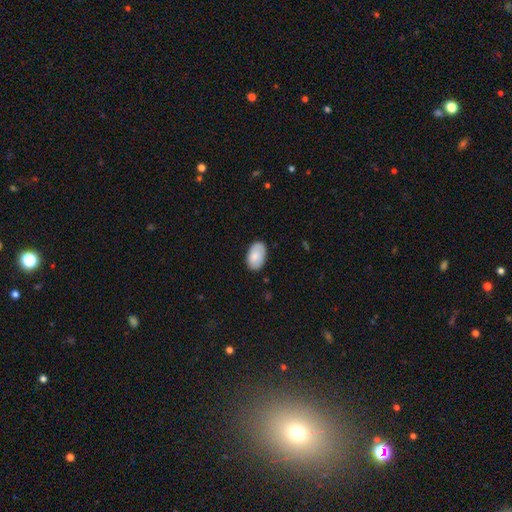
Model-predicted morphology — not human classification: type=smooth (85%); roundness=in between (93%); merging=none (83%).